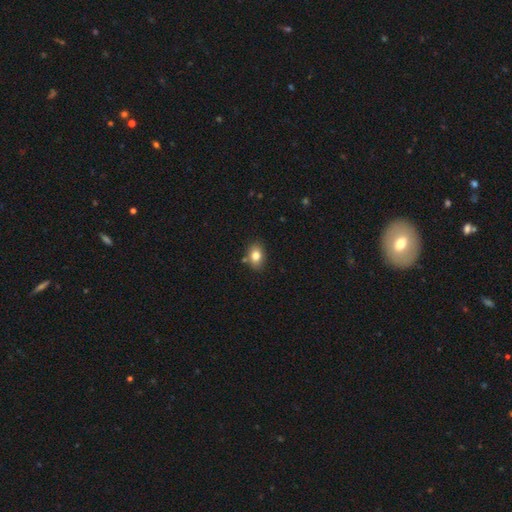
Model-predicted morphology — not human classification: Overall: smooth (81%). How rounded: in between (76%). Merging: none (79%).